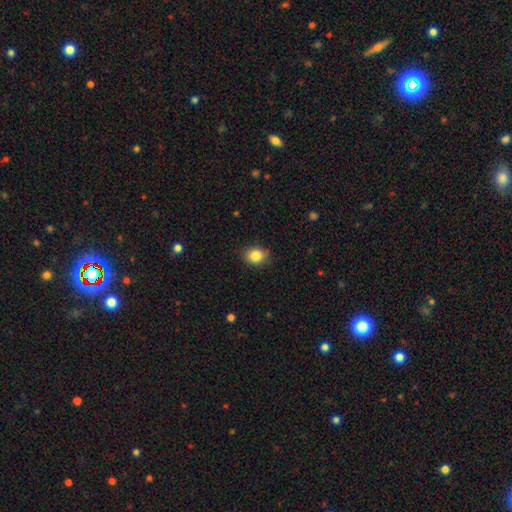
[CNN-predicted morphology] smooth-or-featured: smooth: 85% | star or artifact: 10% | featured or disk: 6%
  how-rounded: round: 56% | in between: 43% | cigar-shaped: 1%
  merging: none: 84% | minor disturbance: 13% | major disturbance: 3% | merger: 1%